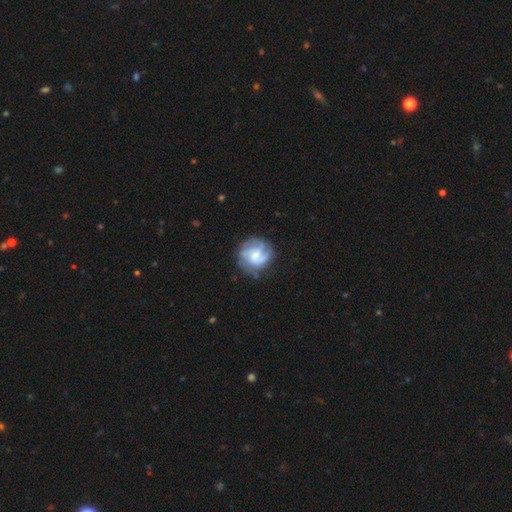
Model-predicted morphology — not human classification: Q: Smooth or featured?
A: featured or disk (67%); runner-up: smooth (26%)
Q: Edge-on disk?
A: no (98%); runner-up: yes (2%)
Q: Bar?
A: no (54%); runner-up: weak (38%)
Q: Spiral arms?
A: yes (89%); runner-up: no (11%)
Q: Spiral winding?
A: tight (42%); runner-up: medium (40%)
Q: Spiral arm count?
A: 2 (31%); runner-up: 3 (28%)
Q: Bulge size?
A: small (47%); runner-up: moderate (36%)
Q: Merging?
A: none (71%); runner-up: minor disturbance (18%)